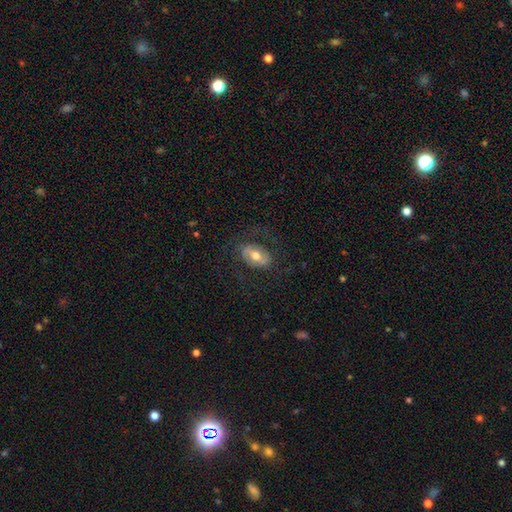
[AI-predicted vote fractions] smooth-or-featured: featured or disk: 54% | smooth: 38% | star or artifact: 8%
  disk-edge-on: no: 93% | yes: 7%
  merging: none: 72% | minor disturbance: 14% | major disturbance: 13% | merger: 1%